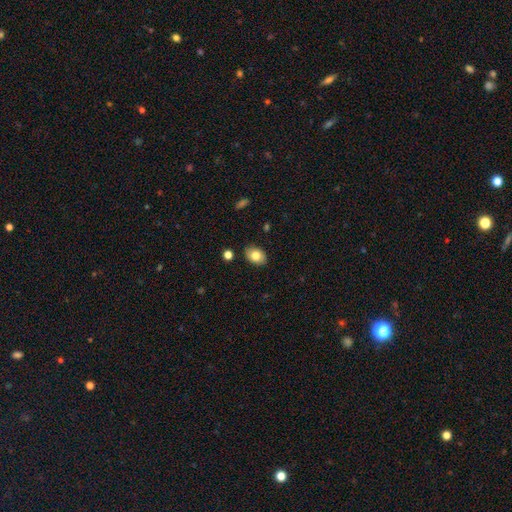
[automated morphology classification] smooth-or-featured: smooth: 80% | featured or disk: 13% | star or artifact: 8%
  how-rounded: in between: 80% | round: 19% | cigar-shaped: 1%
  merging: none: 86% | minor disturbance: 10% | major disturbance: 2% | merger: 2%